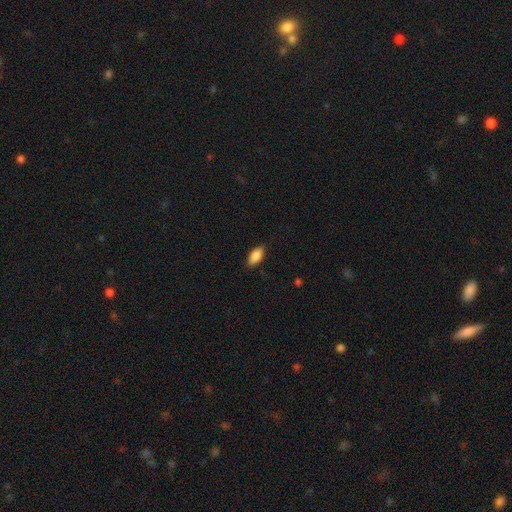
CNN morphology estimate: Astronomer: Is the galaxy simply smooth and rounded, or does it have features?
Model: smooth — 83%.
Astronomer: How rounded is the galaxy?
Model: in between — 88%.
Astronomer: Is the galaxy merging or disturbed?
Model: none — 84%.